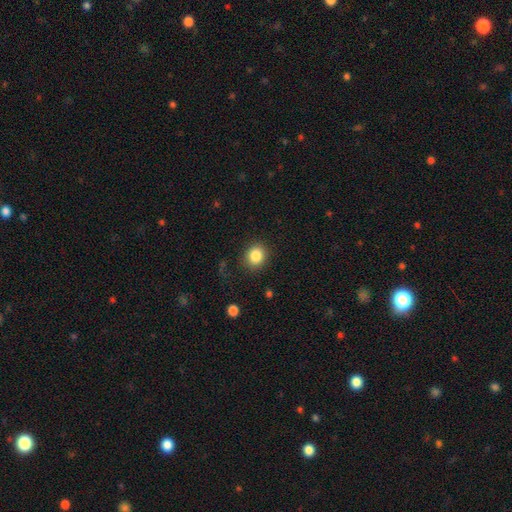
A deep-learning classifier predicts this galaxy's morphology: smooth_or_featured: smooth (p=0.85) [alt: star or artifact p=0.10]
how_rounded: round (p=0.74) [alt: in between p=0.25]
merging: none (p=0.86) [alt: minor disturbance p=0.10]